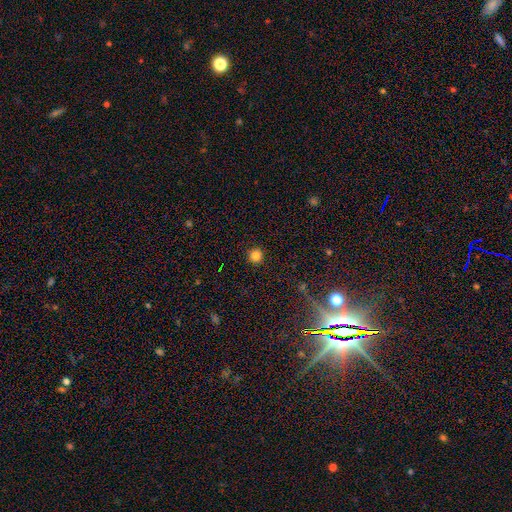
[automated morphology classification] A smooth galaxy with no disk features (83%) that is round (96%). Merging: none (92%).